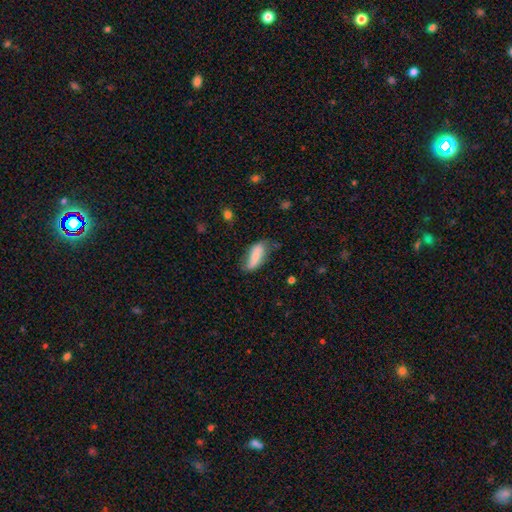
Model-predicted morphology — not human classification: The model was most divided on "merging": none: 53%, minor disturbance: 33%, major disturbance: 11%, merger: 3%. More confident: how rounded — in between (76%); smooth or featured — smooth (65%).